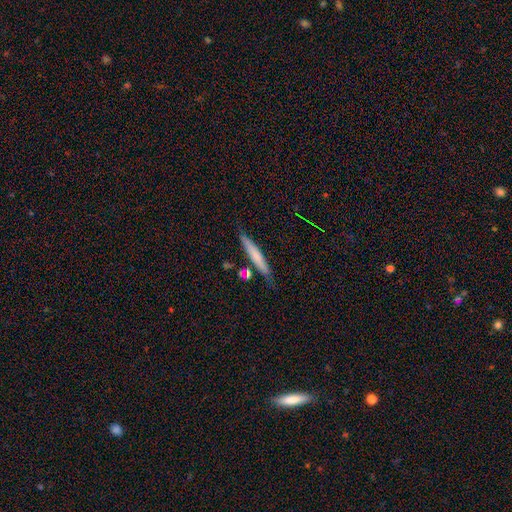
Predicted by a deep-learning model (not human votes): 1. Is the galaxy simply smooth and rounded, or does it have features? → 63% smooth, 31% featured or disk, 6% star or artifact.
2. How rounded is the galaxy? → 94% cigar-shaped, 5% in between, 1% round.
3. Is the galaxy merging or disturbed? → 78% none, 14% minor disturbance, 6% merger, 3% major disturbance.